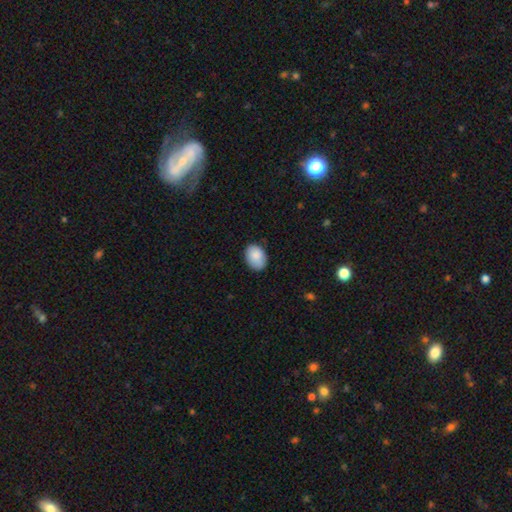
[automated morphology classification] smooth-or-featured: smooth: 88% | star or artifact: 7% | featured or disk: 6%
  how-rounded: in between: 74% | round: 26% | cigar-shaped: 1%
  merging: none: 78% | minor disturbance: 18% | major disturbance: 3% | merger: 1%